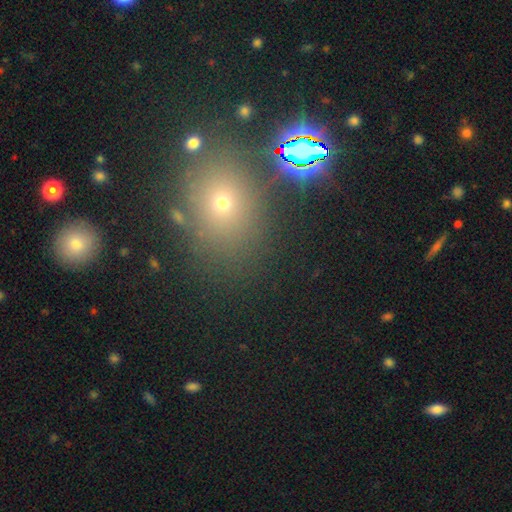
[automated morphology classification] smooth_or_featured: smooth (p=0.48) [alt: star or artifact p=0.40]
merging: none (p=0.81) [alt: minor disturbance p=0.10]